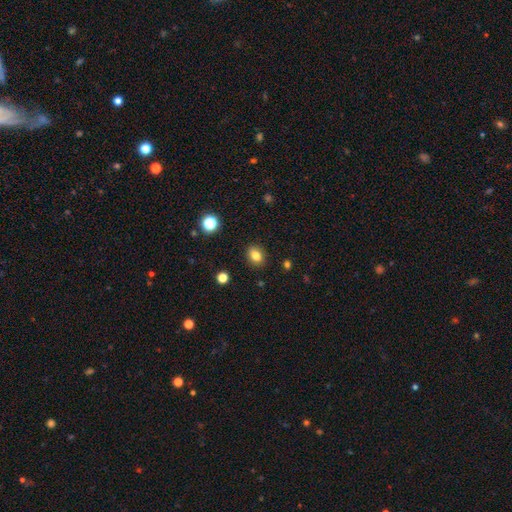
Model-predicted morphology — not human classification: Smooth or featured? smooth (81%)
How rounded? in between (51%)
Merging? none (88%)